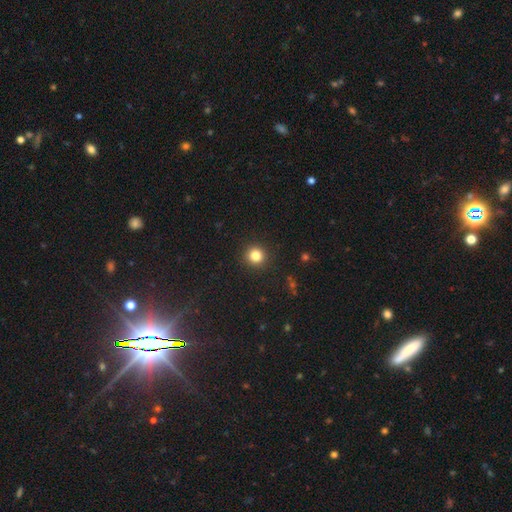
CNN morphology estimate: This appears to be a smooth galaxy with no disk features (83%) that is round (93%). Merging: none (92%).